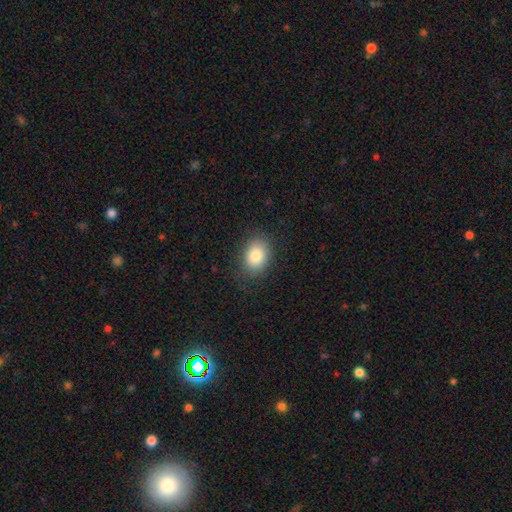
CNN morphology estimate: smooth_or_featured: smooth (p=0.84) [alt: star or artifact p=0.08]
how_rounded: in between (p=0.68) [alt: round p=0.31]
merging: none (p=0.83) [alt: minor disturbance p=0.12]